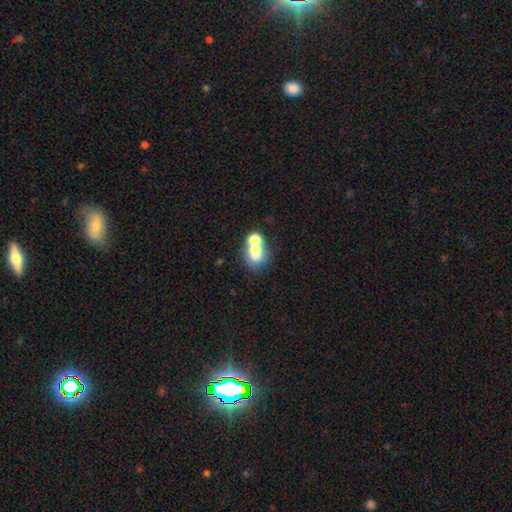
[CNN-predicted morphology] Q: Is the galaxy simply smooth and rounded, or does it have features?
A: smooth — 63%.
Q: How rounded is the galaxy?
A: round — 51%.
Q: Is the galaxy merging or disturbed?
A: merger — 50%.